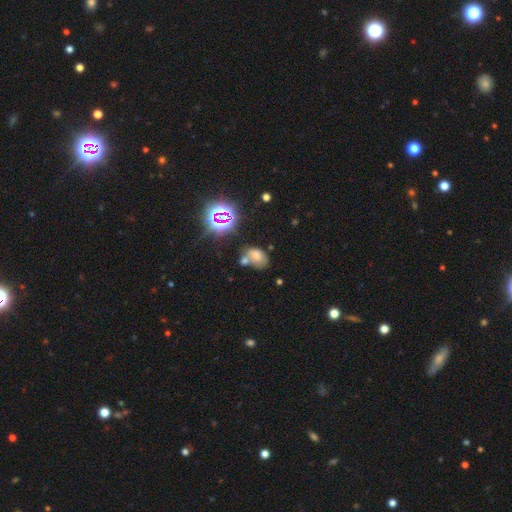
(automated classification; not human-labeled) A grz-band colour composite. It shows a smooth galaxy with no disk features (62%) that is in between round and cigar-shaped (73%). Merging: none (40%).